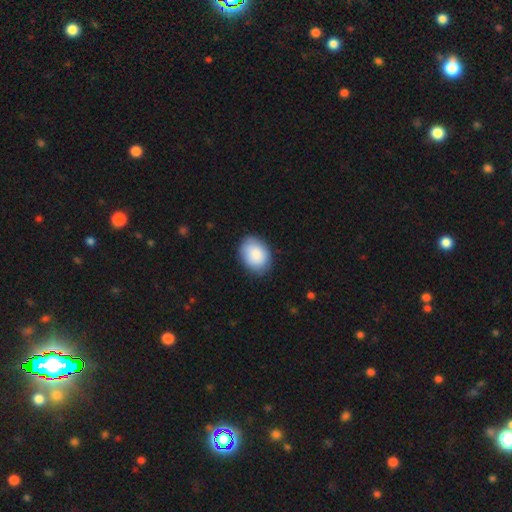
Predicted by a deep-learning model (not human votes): This is clearly a smooth galaxy (88%). How rounded: likely in between (72%). Merging: clearly none (83%).